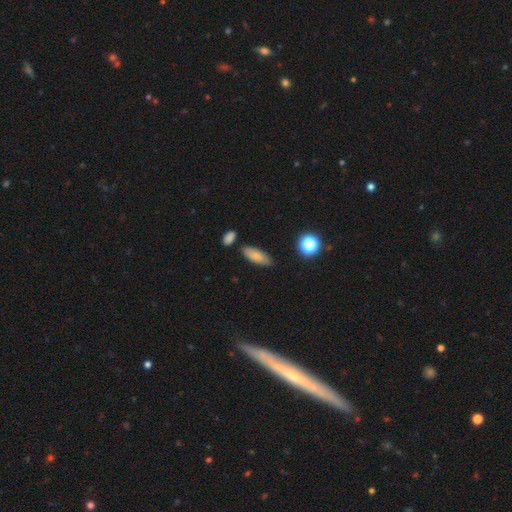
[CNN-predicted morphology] Overall: smooth (81%). How rounded: in between (80%). Merging: none (70%).